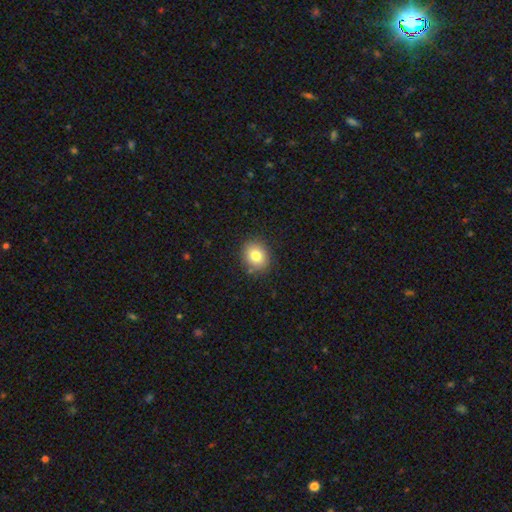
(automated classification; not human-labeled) Smooth or featured?
  - smooth: 81% *
  - star or artifact: 10%
  - featured or disk: 9%
How rounded?
  - round: 61% *
  - in between: 38%
  - cigar-shaped: 1%
Merging?
  - none: 86% *
  - minor disturbance: 10%
  - major disturbance: 3%
  - merger: 1%